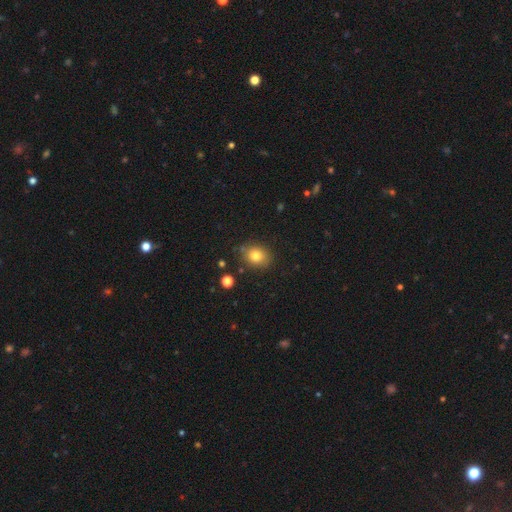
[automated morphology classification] Smooth or featured? smooth (79%)
How rounded? round (58%)
Merging? none (84%)